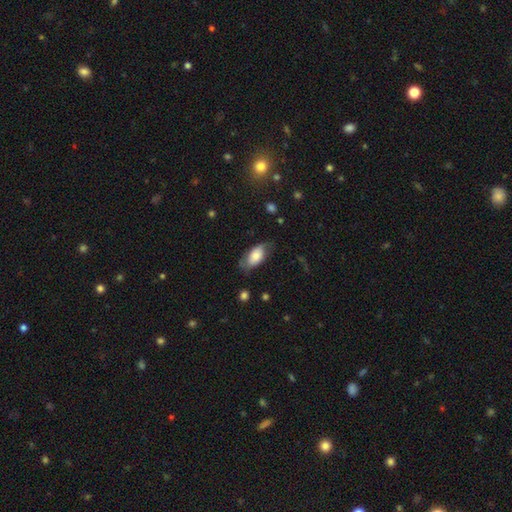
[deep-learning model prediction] Q: Smooth or featured?
A: smooth (70%); runner-up: featured or disk (23%)
Q: How rounded?
A: in between (91%); runner-up: cigar-shaped (5%)
Q: Merging?
A: none (62%); runner-up: minor disturbance (27%)